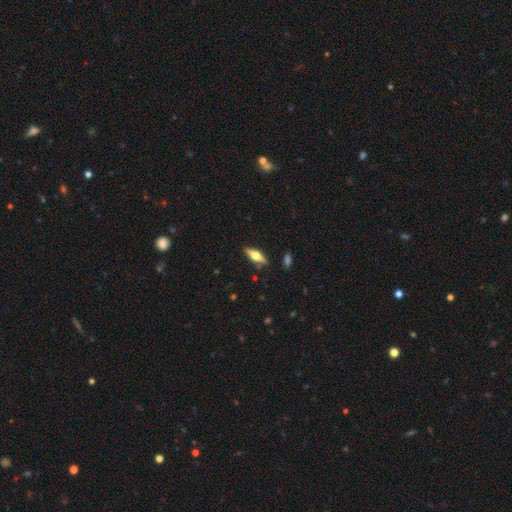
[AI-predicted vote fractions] The model was most divided on "smooth or featured": featured or disk: 57%, smooth: 36%, star or artifact: 7%. More confident: edge-on disk — yes (94%); edge-on bulge — rounded (94%); merging — none (87%).